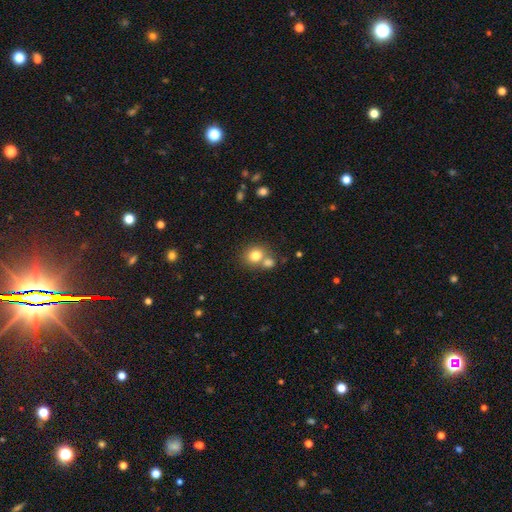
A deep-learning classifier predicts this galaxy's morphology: Q: Smooth or featured?
A: smooth (79%); runner-up: star or artifact (11%)
Q: How rounded?
A: round (75%); runner-up: in between (25%)
Q: Merging?
A: none (50%); runner-up: merger (38%)